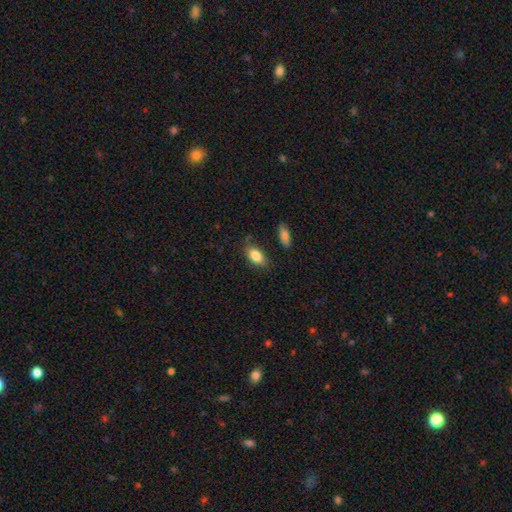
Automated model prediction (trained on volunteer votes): The model was most divided on "merging": none: 74%, minor disturbance: 18%, major disturbance: 4%, merger: 3%. More confident: how rounded — in between (90%); smooth or featured — smooth (84%).